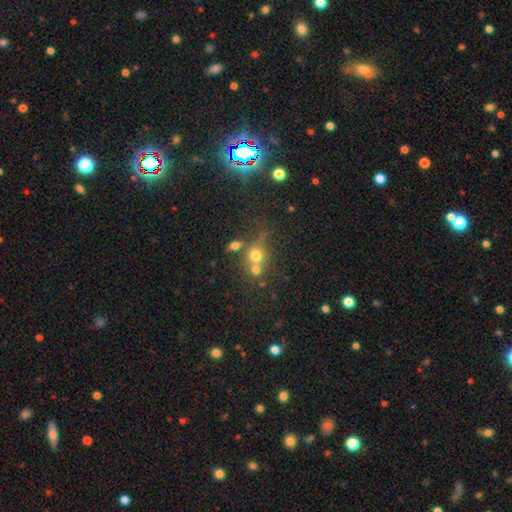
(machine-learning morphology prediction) Smooth or featured?
  - smooth: 66% *
  - star or artifact: 17%
  - featured or disk: 16%
How rounded?
  - round: 81% *
  - in between: 18%
  - cigar-shaped: 2%
Merging?
  - merger: 44% *
  - none: 40%
  - minor disturbance: 10%
  - major disturbance: 6%